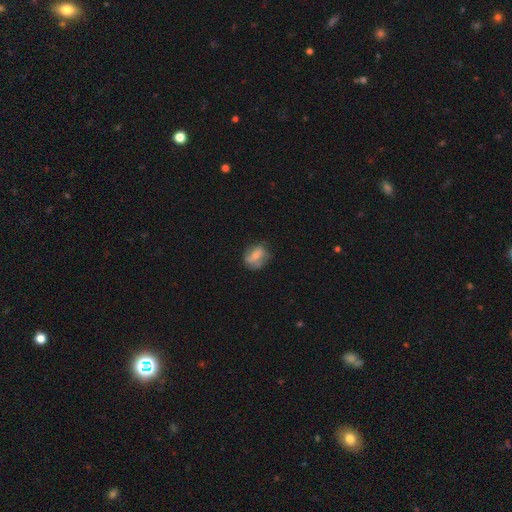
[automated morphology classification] Smooth or featured?
  - smooth: 61% *
  - featured or disk: 31%
  - star or artifact: 9%
How rounded?
  - in between: 58% *
  - round: 40%
  - cigar-shaped: 3%
Merging?
  - none: 60% *
  - minor disturbance: 27%
  - major disturbance: 11%
  - merger: 2%